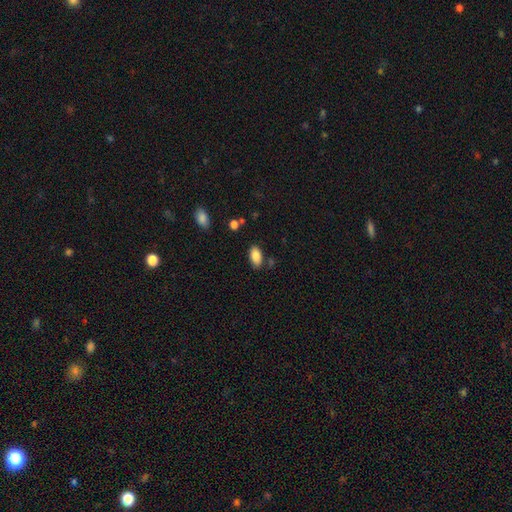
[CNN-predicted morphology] type=smooth (86%); roundness=in between (94%); merging=none (80%).